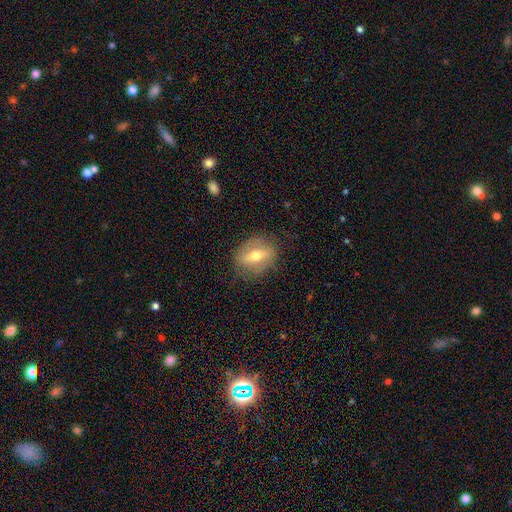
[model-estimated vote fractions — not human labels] featured or disk 53%, smooth 39%, star or artifact 8%. Down the decision tree: edge-on disk — no (70%); merging — none (79%).